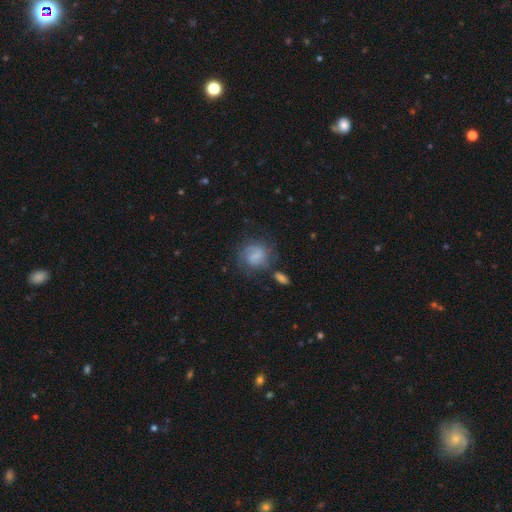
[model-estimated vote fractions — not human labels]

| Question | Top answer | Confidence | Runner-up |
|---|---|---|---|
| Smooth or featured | featured or disk | 55% | smooth (37%) |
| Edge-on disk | no | 97% | yes (3%) |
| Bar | weak | 53% | no (28%) |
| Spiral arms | yes | 85% | no (15%) |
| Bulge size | none | 42% | small (37%) |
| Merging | none | 62% | minor disturbance (19%) |